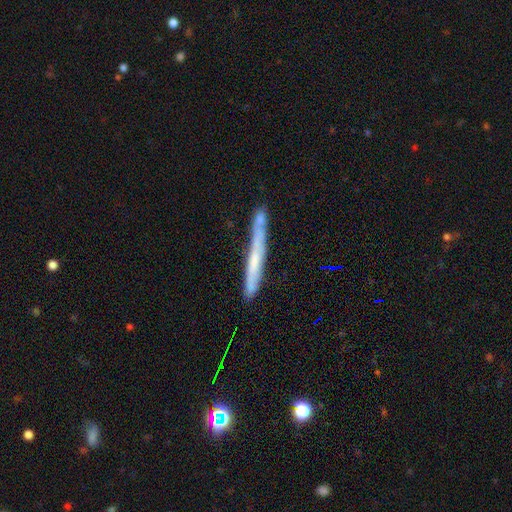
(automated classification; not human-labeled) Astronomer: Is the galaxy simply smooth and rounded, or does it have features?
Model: featured or disk — 50% (runner-up: smooth, 42%).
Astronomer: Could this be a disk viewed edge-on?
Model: yes — 90%.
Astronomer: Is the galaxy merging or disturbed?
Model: none — 73%.